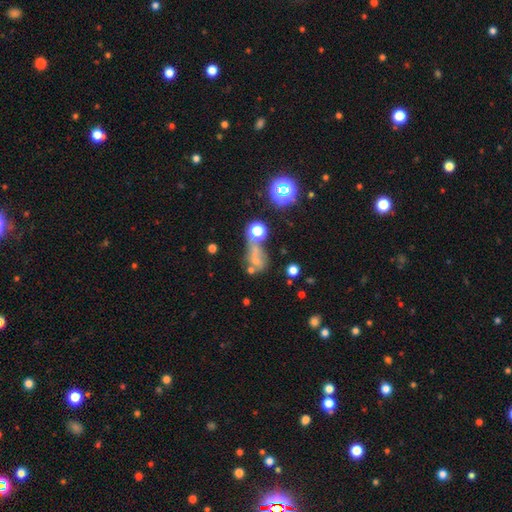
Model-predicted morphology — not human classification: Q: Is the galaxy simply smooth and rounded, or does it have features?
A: smooth — 43%.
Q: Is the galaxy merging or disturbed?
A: merger — 34%.